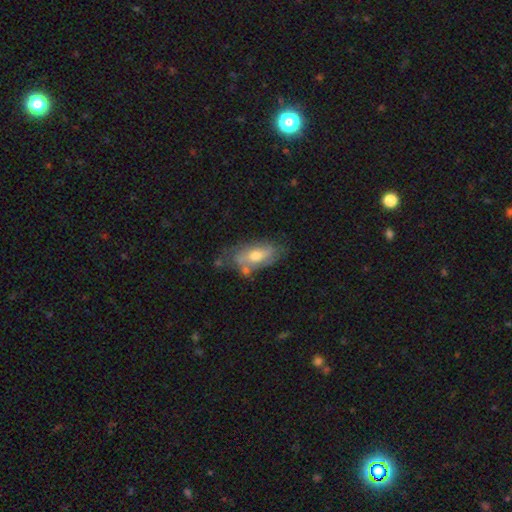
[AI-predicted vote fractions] A smooth galaxy with no disk features (49%).

Vote fractions:
- Smooth or featured? smooth: 49% / featured or disk: 44% / star or artifact: 7%
- Merging? none: 52% / minor disturbance: 27% / major disturbance: 12% / merger: 10%